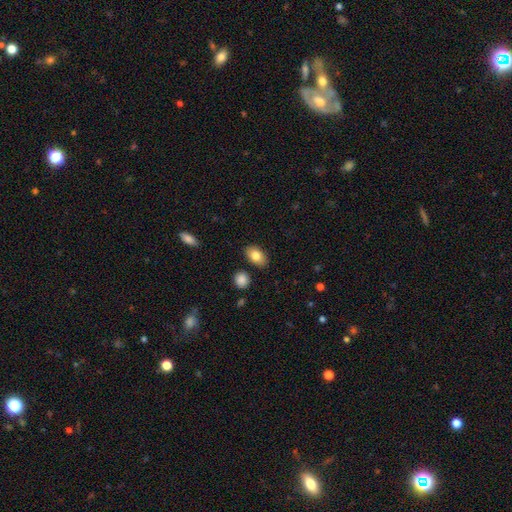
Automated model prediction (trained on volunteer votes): Q: Smooth or featured?
A: smooth (82%); runner-up: featured or disk (11%)
Q: How rounded?
A: in between (88%); runner-up: round (10%)
Q: Merging?
A: none (85%); runner-up: minor disturbance (10%)